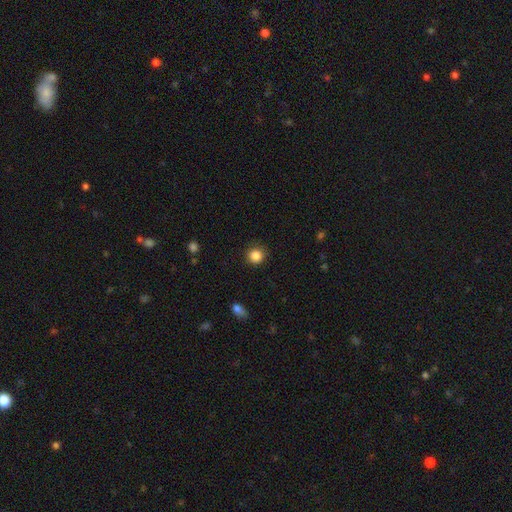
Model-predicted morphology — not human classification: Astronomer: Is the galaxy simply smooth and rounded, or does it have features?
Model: smooth — 86%.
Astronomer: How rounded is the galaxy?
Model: round — 92%.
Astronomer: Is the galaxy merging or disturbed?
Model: none — 89%.